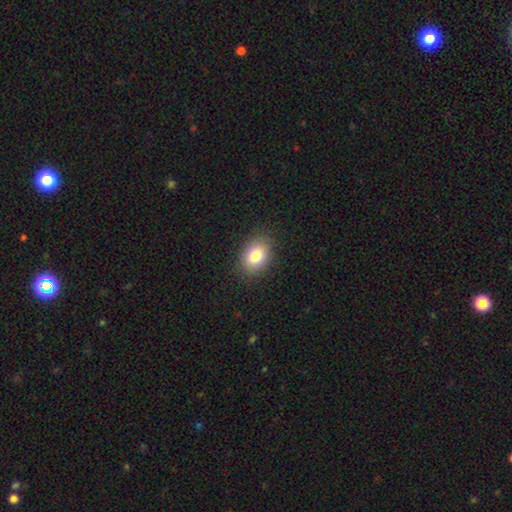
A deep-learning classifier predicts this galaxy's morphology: A smooth galaxy with no disk features (80%) that is in between round and cigar-shaped (73%).

Vote fractions:
- Smooth or featured? smooth: 80% / star or artifact: 10% / featured or disk: 10%
- How rounded? in between: 73% / round: 26% / cigar-shaped: 1%
- Merging? none: 88% / minor disturbance: 9% / major disturbance: 3% / merger: 1%